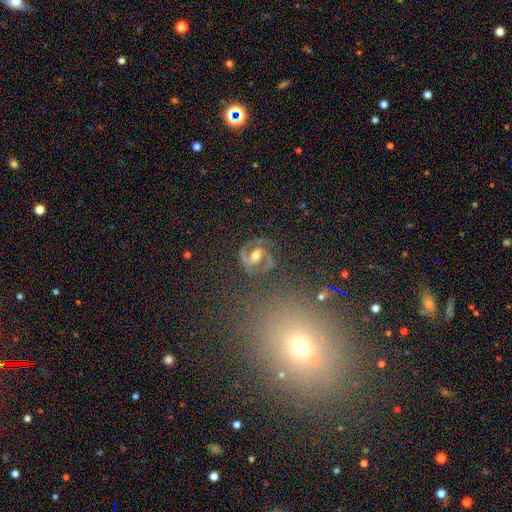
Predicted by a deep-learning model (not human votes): featured or disk 82%, star or artifact 10%, smooth 8%. Down the decision tree: edge-on disk — no (97%); bar — strong (39%); spiral arms — yes (95%); spiral arm count — 2 (91%); spiral winding — medium (56%); bulge size — moderate (67%); merging — none (72%).